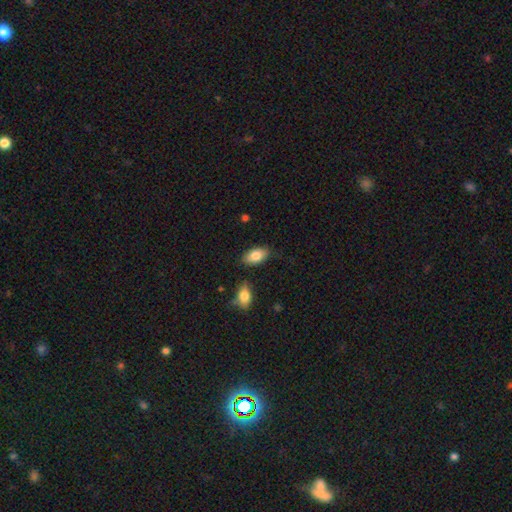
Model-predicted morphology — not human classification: smooth_or_featured: smooth (p=0.82) [alt: featured or disk p=0.11]
how_rounded: in between (p=0.93) [alt: round p=0.05]
merging: none (p=0.82) [alt: minor disturbance p=0.12]